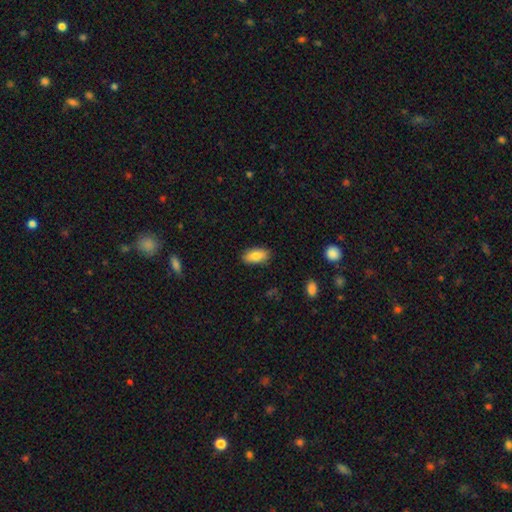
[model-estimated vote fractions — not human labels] This appears to be a smooth galaxy with no disk features (83%) that is in between round and cigar-shaped (91%). Merging: none (87%).